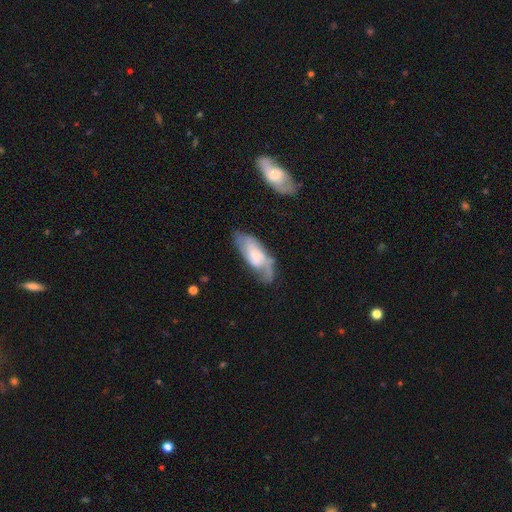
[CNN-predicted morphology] This is possibly a featured or disk galaxy (60%). It is clearly not viewed edge-on (87%). Bar: likely no (66%). Spiral arm pattern: likely yes (79%). Central bulge: possibly small (50%). Merging: possibly none (52%).